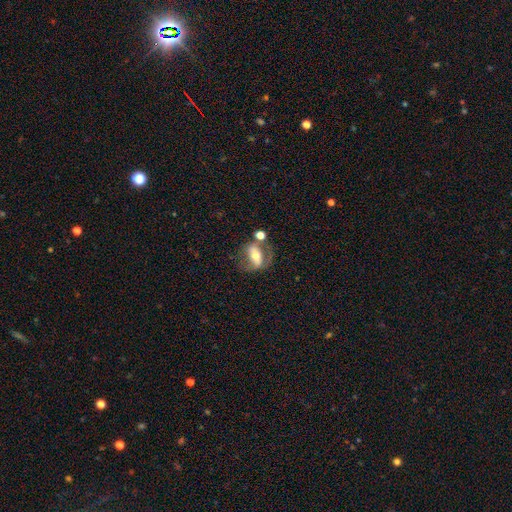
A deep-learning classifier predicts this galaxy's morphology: Smooth or featured? featured or disk (54%)
Edge-on disk? no (82%)
Merging? none (45%)